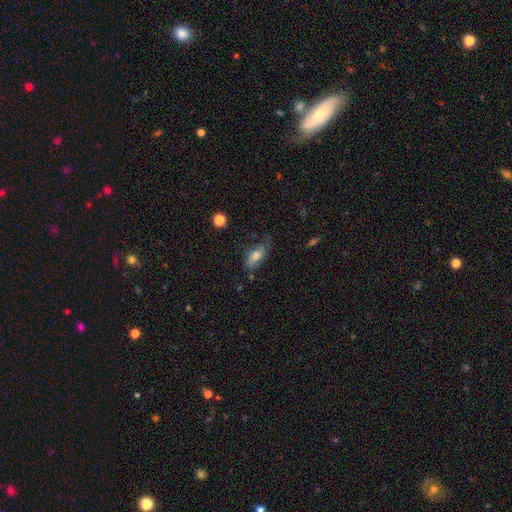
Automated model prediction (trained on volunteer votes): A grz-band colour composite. It shows a smooth galaxy with no disk features (63%) that is in between round and cigar-shaped (83%). Merging: none (54%).